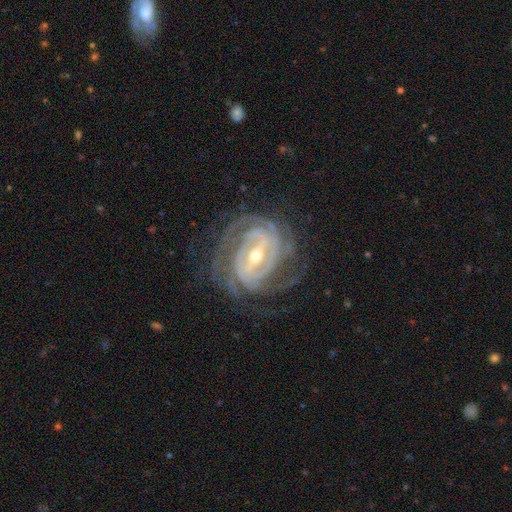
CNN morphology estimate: Q: Smooth or featured?
A: featured or disk (92%); runner-up: star or artifact (4%)
Q: Edge-on disk?
A: no (96%); runner-up: yes (4%)
Q: Bar?
A: strong (62%); runner-up: weak (29%)
Q: Spiral arms?
A: yes (98%); runner-up: no (2%)
Q: Spiral winding?
A: tight (77%); runner-up: medium (20%)
Q: Spiral arm count?
A: 4 (26%); runner-up: 3 (24%)
Q: Bulge size?
A: moderate (50%); runner-up: small (46%)
Q: Merging?
A: none (76%); runner-up: minor disturbance (14%)